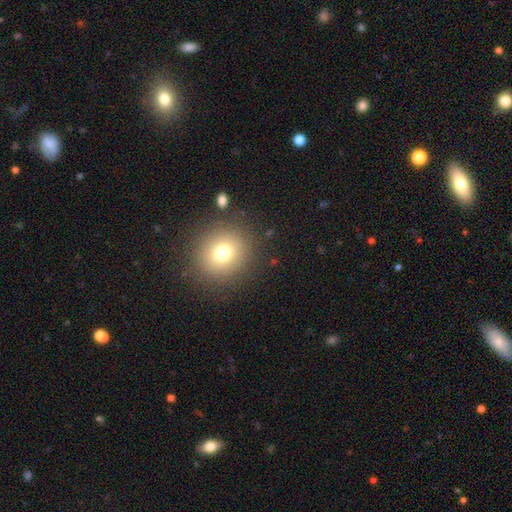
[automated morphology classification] Smooth or featured? smooth (72%)
How rounded? round (87%)
Merging? none (89%)